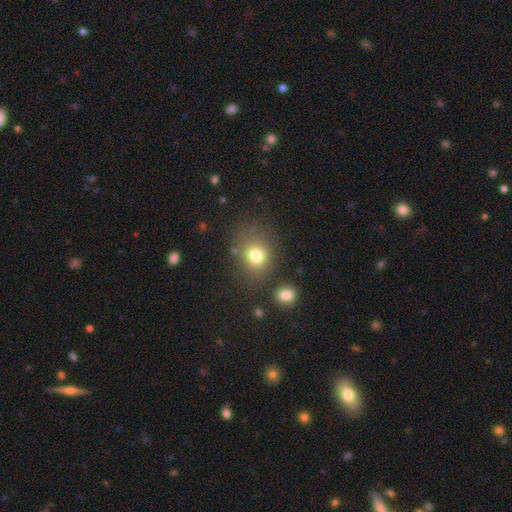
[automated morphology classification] A smooth galaxy with no disk features (76%) that is round (64%). Merging: none (70%).